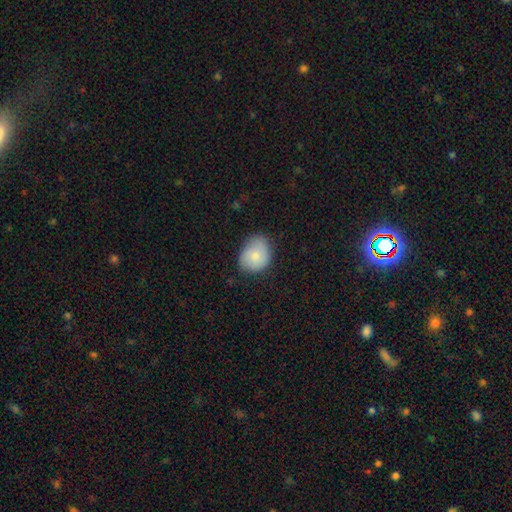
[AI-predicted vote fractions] The model was most divided on "how rounded": in between: 51%, round: 48%, cigar-shaped: 1%. More confident: smooth or featured — smooth (76%); merging — none (67%).